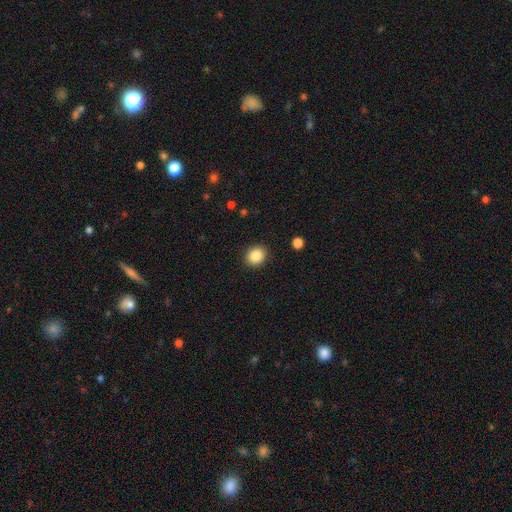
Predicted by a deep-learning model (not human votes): This appears to be a smooth galaxy with no disk features (87%) that is round (63%). Merging: none (89%).